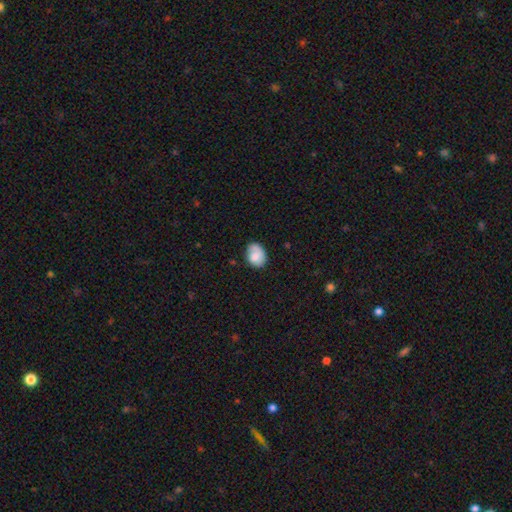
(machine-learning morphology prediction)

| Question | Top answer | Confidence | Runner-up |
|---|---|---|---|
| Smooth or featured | smooth | 77% | featured or disk (16%) |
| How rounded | in between | 63% | round (36%) |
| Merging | none | 58% | minor disturbance (30%) |